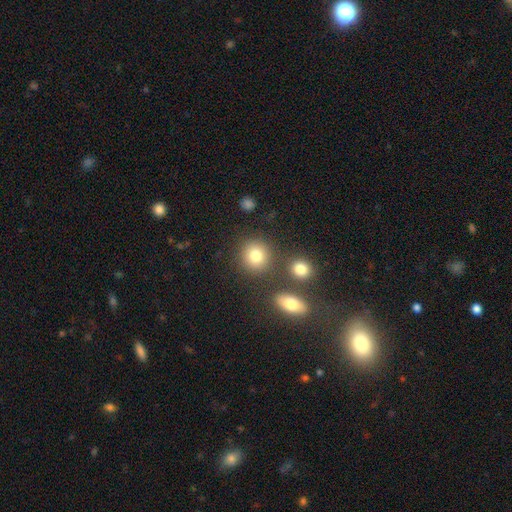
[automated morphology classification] The model was most divided on "smooth or featured": smooth: 81%, star or artifact: 12%, featured or disk: 7%. More confident: how rounded — round (86%); merging — none (79%).